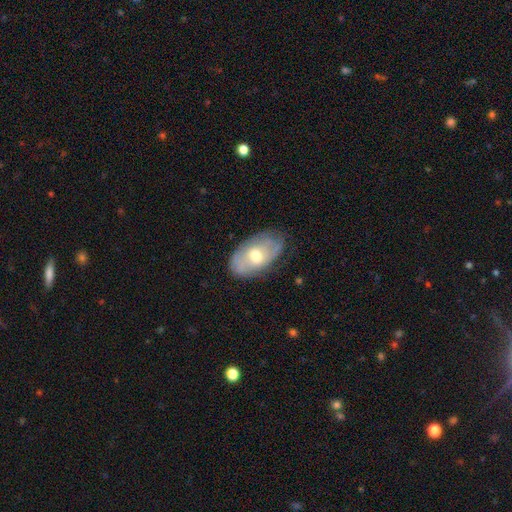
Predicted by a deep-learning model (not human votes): Overall: featured or disk (49%; smooth 43%). Merging: none (69%).